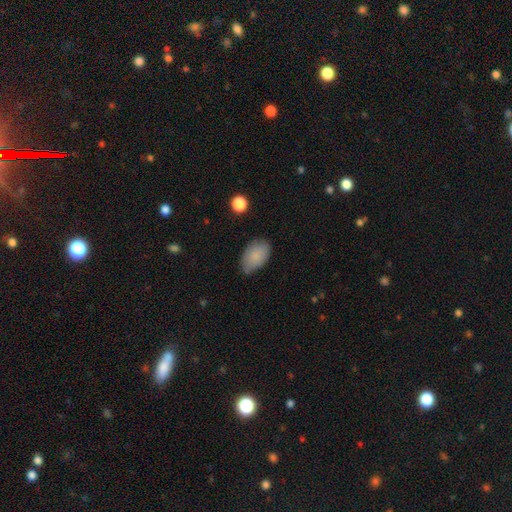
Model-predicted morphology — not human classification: Smooth or featured?
  - smooth: 86% *
  - featured or disk: 7%
  - star or artifact: 7%
How rounded?
  - in between: 92% *
  - round: 7%
  - cigar-shaped: 1%
Merging?
  - none: 68% *
  - minor disturbance: 26%
  - major disturbance: 5%
  - merger: 2%